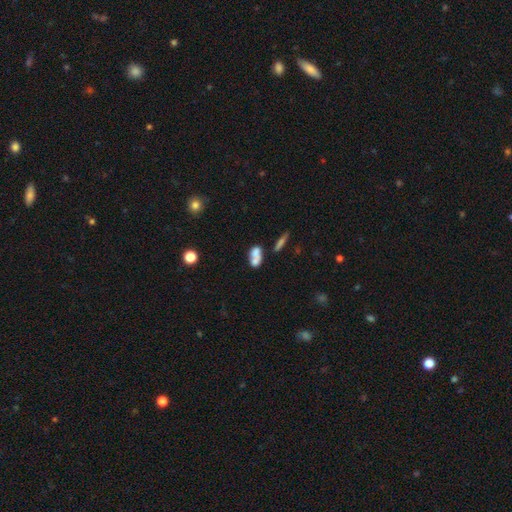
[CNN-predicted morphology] Q: Smooth or featured?
A: smooth (64%); runner-up: featured or disk (25%)
Q: How rounded?
A: in between (71%); runner-up: round (23%)
Q: Merging?
A: merger (56%); runner-up: none (26%)